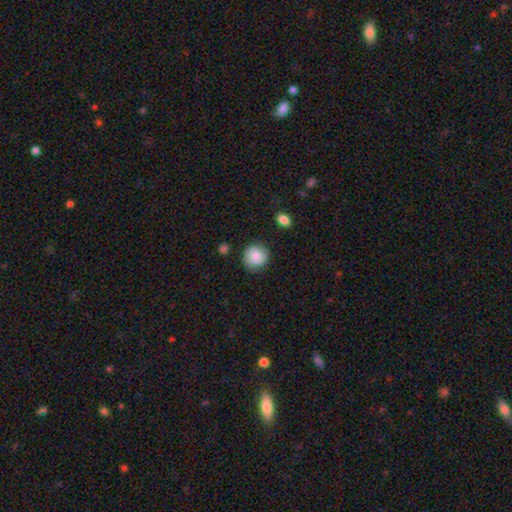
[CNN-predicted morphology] Smooth or featured? smooth (78%)
How rounded? round (89%)
Merging? none (82%)